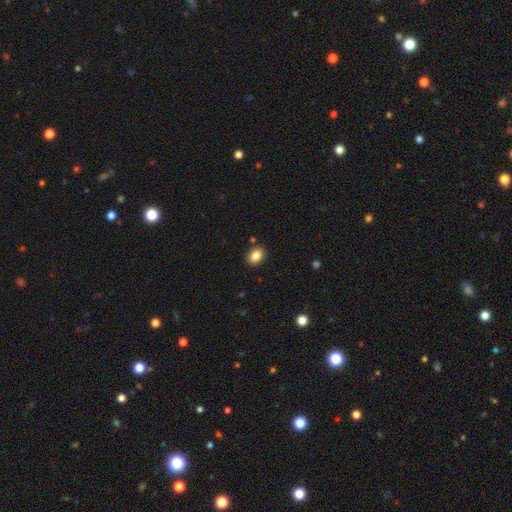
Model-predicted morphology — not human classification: This appears to be a smooth galaxy with no disk features (85%) that is in between round and cigar-shaped (67%). Merging: none (87%).